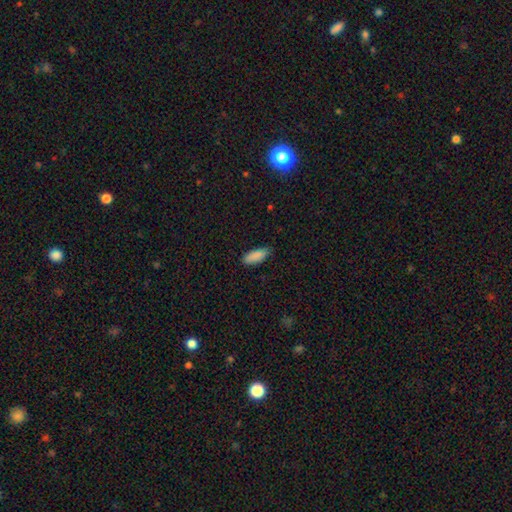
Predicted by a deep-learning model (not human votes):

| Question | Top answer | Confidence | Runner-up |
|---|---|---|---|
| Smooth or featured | smooth | 89% | star or artifact (7%) |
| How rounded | in between | 76% | cigar-shaped (23%) |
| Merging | none | 81% | minor disturbance (15%) |